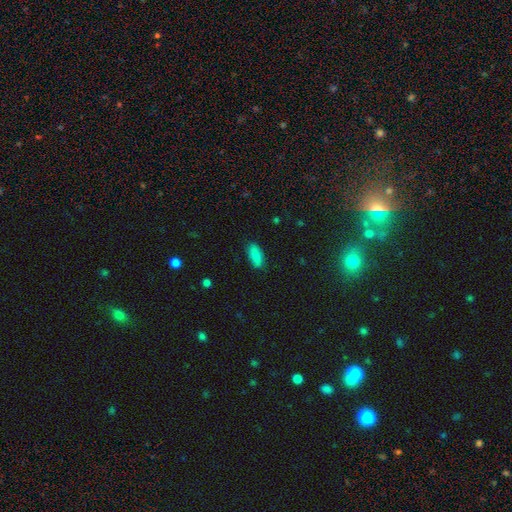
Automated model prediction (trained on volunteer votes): Q: Smooth or featured?
A: smooth (82%); runner-up: featured or disk (10%)
Q: How rounded?
A: in between (78%); runner-up: cigar-shaped (19%)
Q: Merging?
A: none (85%); runner-up: minor disturbance (11%)